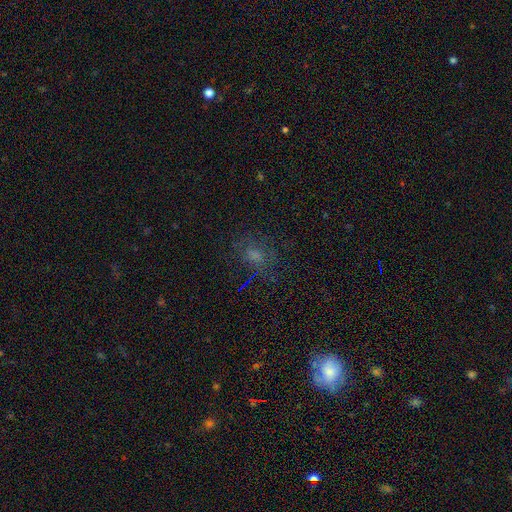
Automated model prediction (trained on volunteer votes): Smooth or featured: smooth — 52% (star or artifact — 26%)
How rounded: in between — 58% (round — 40%)
Merging: none — 61% (minor disturbance — 19%)